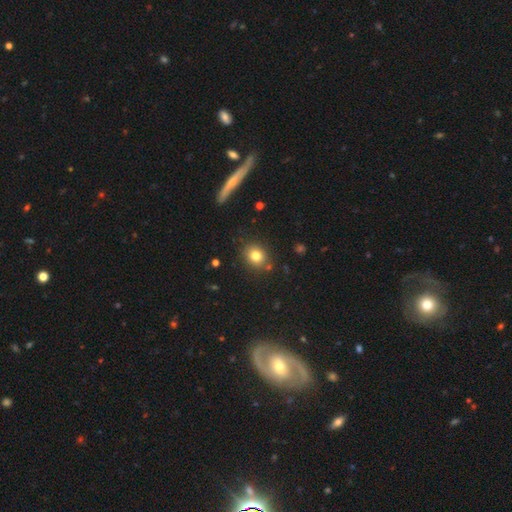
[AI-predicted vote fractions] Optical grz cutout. It shows a smooth galaxy with no disk features (79%) that is round (73%). Merging: none (84%).